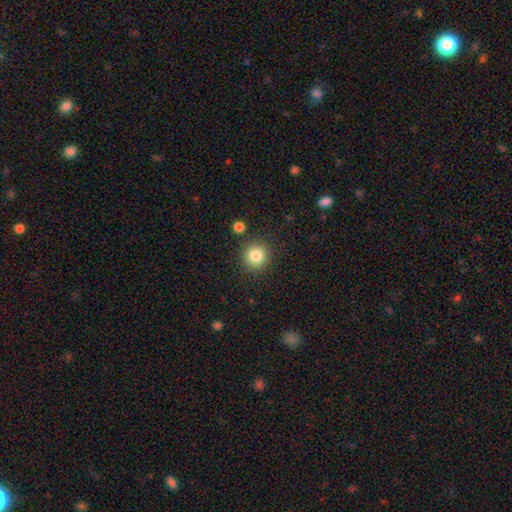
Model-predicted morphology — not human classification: This is clearly a smooth galaxy (83%). How rounded: clearly round (93%). Merging: clearly none (87%).